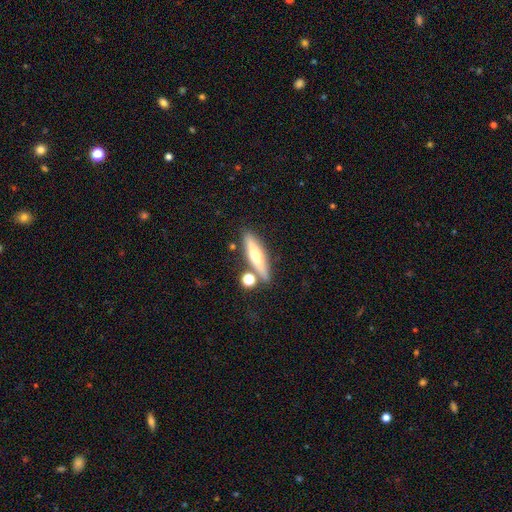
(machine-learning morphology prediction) Overall: smooth (49%; featured or disk 43%). Merging: none (75%).